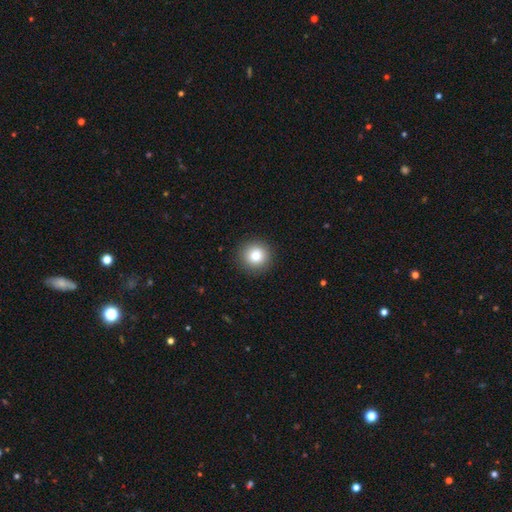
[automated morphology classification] This is clearly a smooth galaxy (81%). How rounded: clearly round (95%). Merging: clearly none (92%).